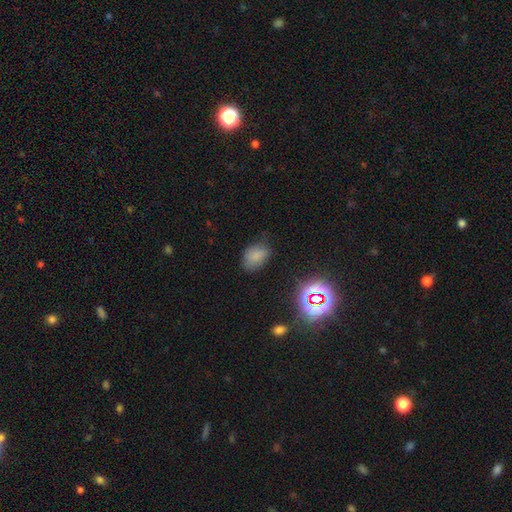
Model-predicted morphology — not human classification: smooth-or-featured: smooth: 74% | star or artifact: 18% | featured or disk: 9%
  how-rounded: in between: 81% | round: 17% | cigar-shaped: 1%
  merging: none: 64% | minor disturbance: 26% | major disturbance: 8% | merger: 2%